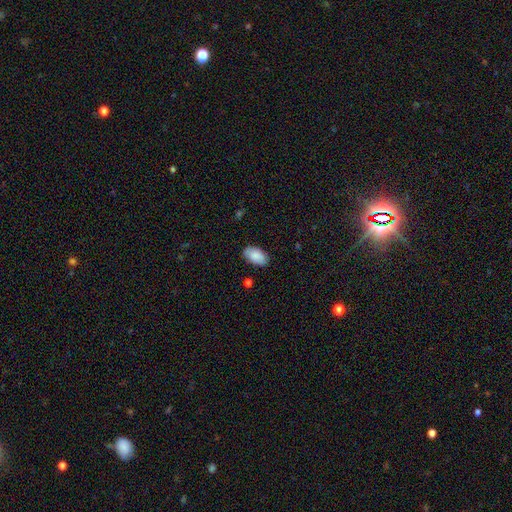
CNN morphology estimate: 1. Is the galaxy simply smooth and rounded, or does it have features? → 83% smooth, 11% featured or disk, 7% star or artifact.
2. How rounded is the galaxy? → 95% in between, 4% round, 1% cigar-shaped.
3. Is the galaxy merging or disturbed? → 82% none, 14% minor disturbance, 3% major disturbance, 1% merger.